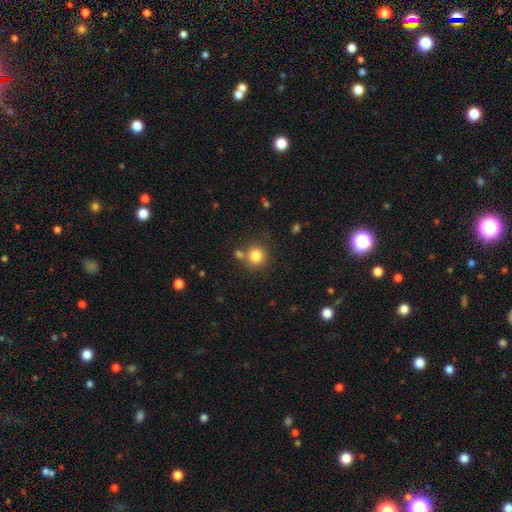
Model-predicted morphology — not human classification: Smooth or featured? smooth (81%)
How rounded? round (91%)
Merging? none (71%)